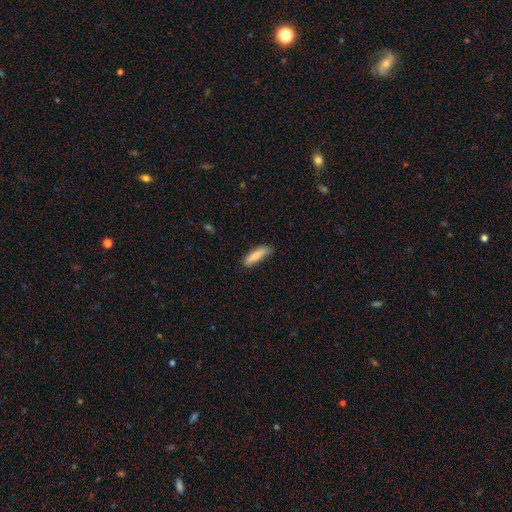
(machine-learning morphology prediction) smooth 79%, featured or disk 15%, star or artifact 6%. Down the decision tree: how rounded — cigar-shaped (69%); merging — none (77%).